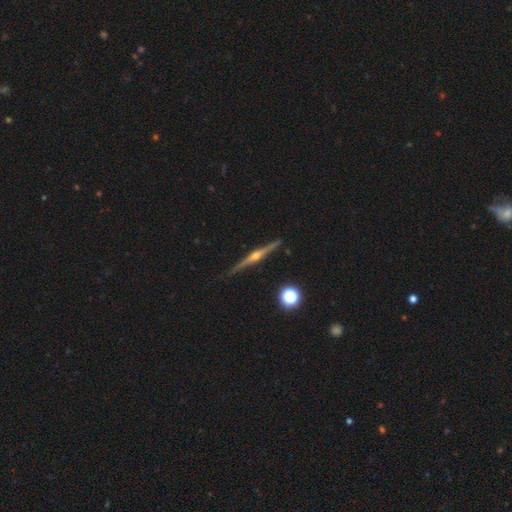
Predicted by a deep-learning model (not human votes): Smooth or featured? featured or disk (85%)
Edge-on disk? yes (98%)
Edge-on bulge? rounded (94%)
Merging? none (90%)